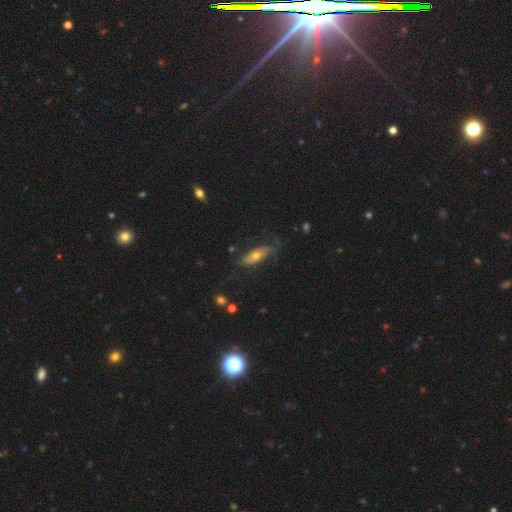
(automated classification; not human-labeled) A featured or disk galaxy (52%).

Vote fractions:
- Smooth or featured? featured or disk: 52% / smooth: 39% / star or artifact: 9%
- Edge-on disk? no: 58% / yes: 42%
- Merging? none: 59% / minor disturbance: 23% / major disturbance: 15% / merger: 2%